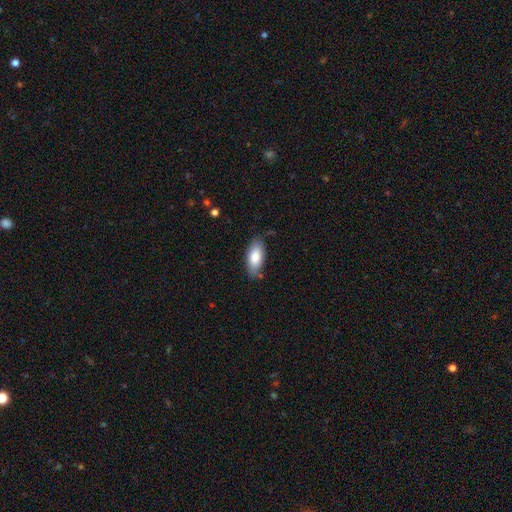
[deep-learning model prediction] smooth 81%, featured or disk 13%, star or artifact 6%. Down the decision tree: how rounded — in between (86%); merging — none (77%).